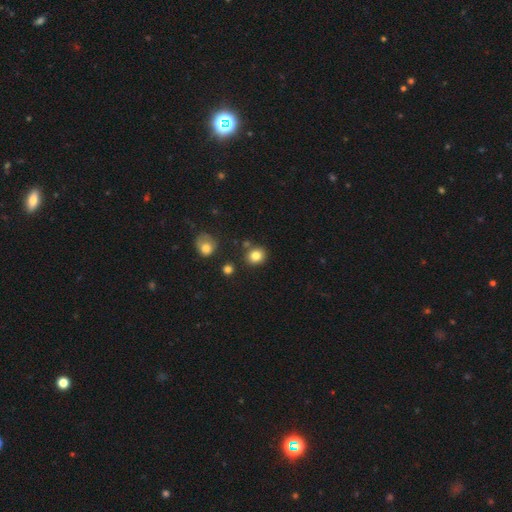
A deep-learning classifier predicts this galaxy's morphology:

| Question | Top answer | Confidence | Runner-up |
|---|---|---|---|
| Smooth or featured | smooth | 83% | star or artifact (11%) |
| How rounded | round | 71% | in between (28%) |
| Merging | none | 81% | minor disturbance (10%) |